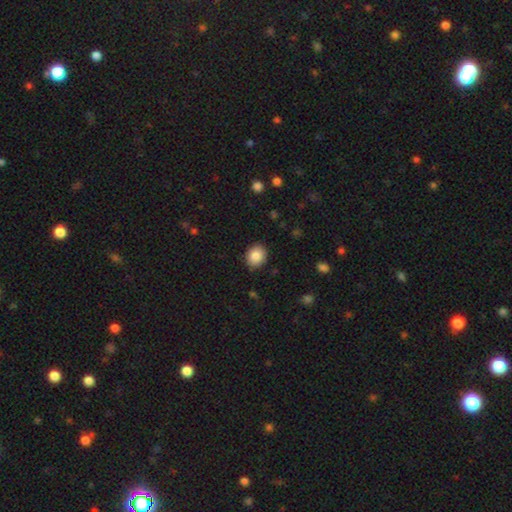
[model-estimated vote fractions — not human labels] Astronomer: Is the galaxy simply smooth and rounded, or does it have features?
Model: smooth — 87%.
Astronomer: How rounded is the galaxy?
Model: round — 65%.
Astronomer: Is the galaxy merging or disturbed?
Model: none — 89%.